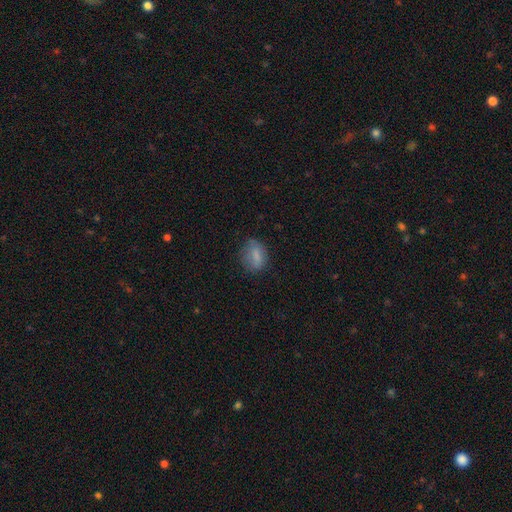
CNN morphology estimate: This appears to be a smooth galaxy with no disk features (79%) that is in between round and cigar-shaped (67%). Merging: none (69%).